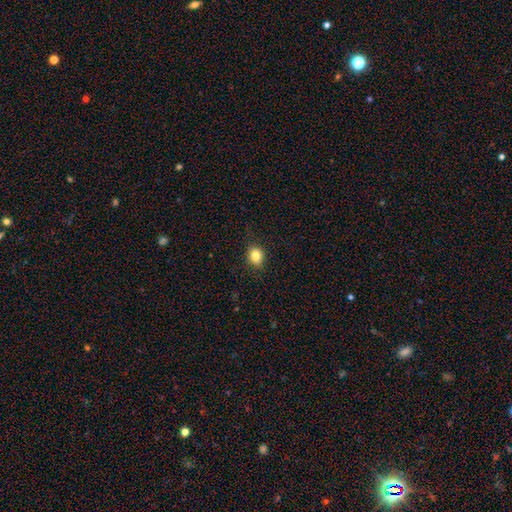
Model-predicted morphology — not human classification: Overall: smooth (83%). How rounded: round (57%; in between 42%). Merging: none (87%).